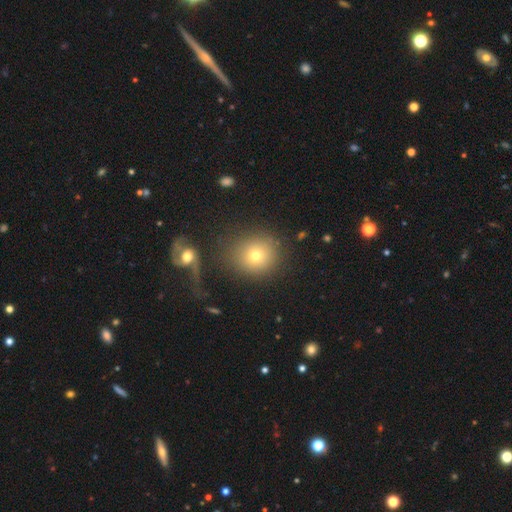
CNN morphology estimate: The model was most divided on "smooth or featured": smooth: 72%, featured or disk: 16%, star or artifact: 13%. More confident: how rounded — round (85%); merging — none (70%).